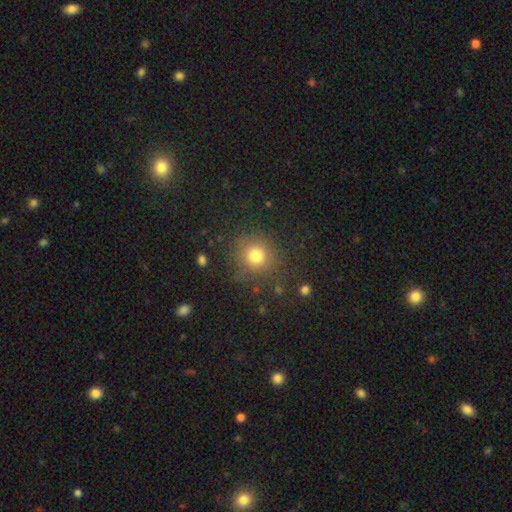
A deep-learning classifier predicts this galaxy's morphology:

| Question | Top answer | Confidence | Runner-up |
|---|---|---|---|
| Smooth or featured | smooth | 77% | star or artifact (15%) |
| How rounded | round | 89% | in between (10%) |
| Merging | none | 83% | minor disturbance (10%) |